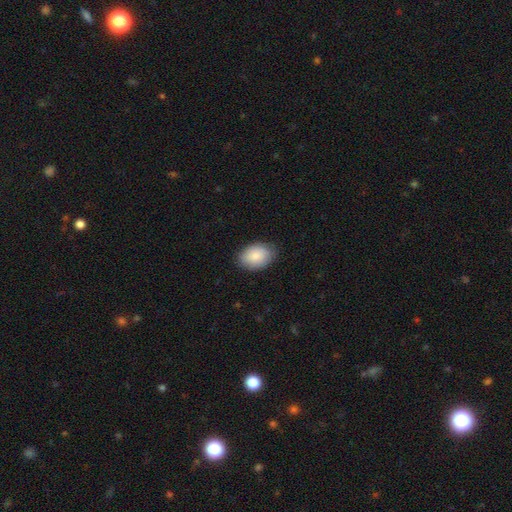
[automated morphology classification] type=smooth (85%); roundness=in between (83%); merging=none (83%).